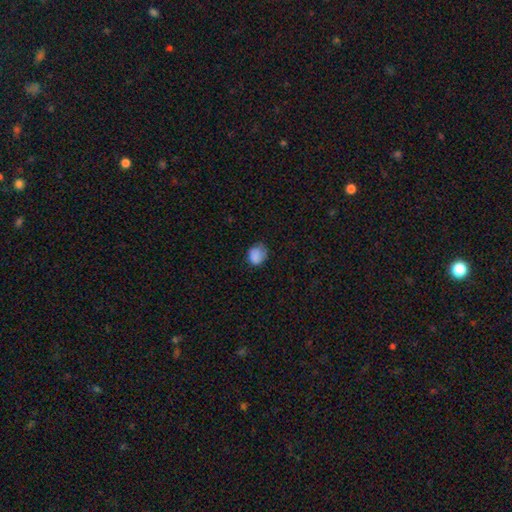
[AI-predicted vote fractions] This is clearly a smooth galaxy (83%). How rounded: likely round (66%). Merging: possibly none (60%).